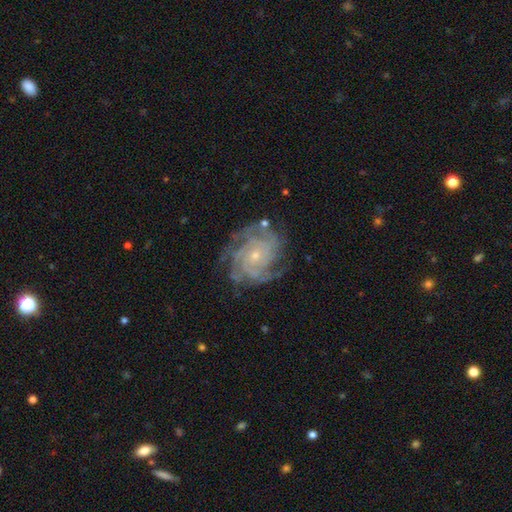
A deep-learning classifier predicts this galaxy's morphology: Overall: featured or disk (88%). Edge-on disk: no (98%). Bar: no (79%). Spiral arms: yes (97%). Spiral arm count: 4 (28%; can't tell 23%). Spiral winding: tight (68%). Bulge size: small (78%). Merging: none (73%).